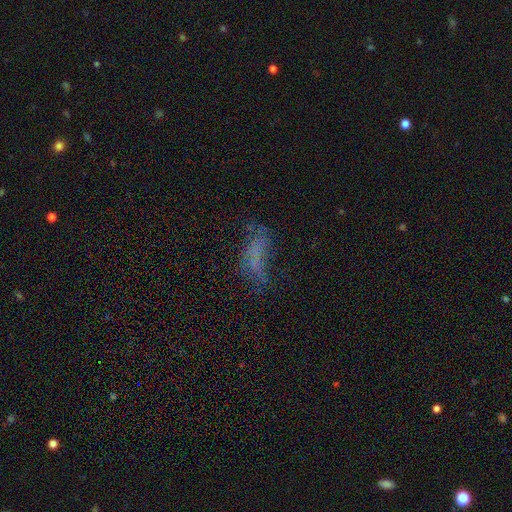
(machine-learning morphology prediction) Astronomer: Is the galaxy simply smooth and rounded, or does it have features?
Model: smooth — 42% (runner-up: featured or disk, 36%).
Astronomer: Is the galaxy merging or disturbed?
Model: none — 39% (runner-up: major disturbance, 33%).